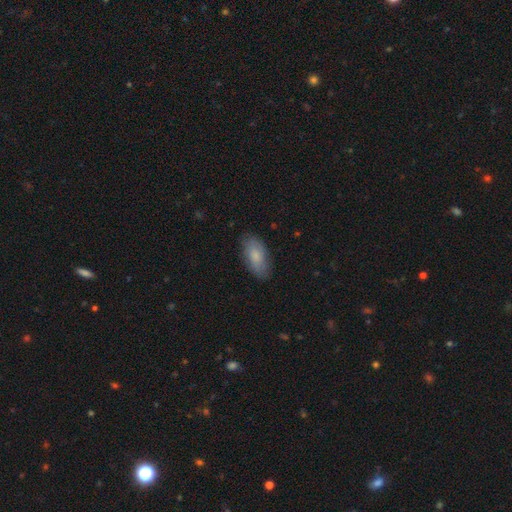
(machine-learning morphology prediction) Q: Smooth or featured?
A: smooth (78%); runner-up: featured or disk (16%)
Q: How rounded?
A: in between (90%); runner-up: cigar-shaped (7%)
Q: Merging?
A: none (81%); runner-up: minor disturbance (15%)